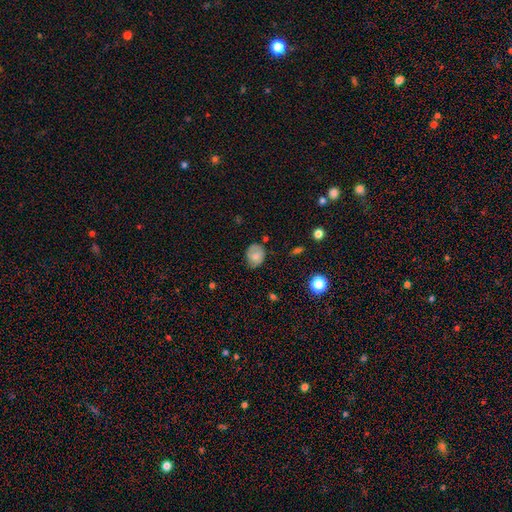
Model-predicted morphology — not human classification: Smooth or featured? Predicted: smooth (p=0.70). How rounded? Predicted: round (p=0.55). Merging? Predicted: none (p=0.65).